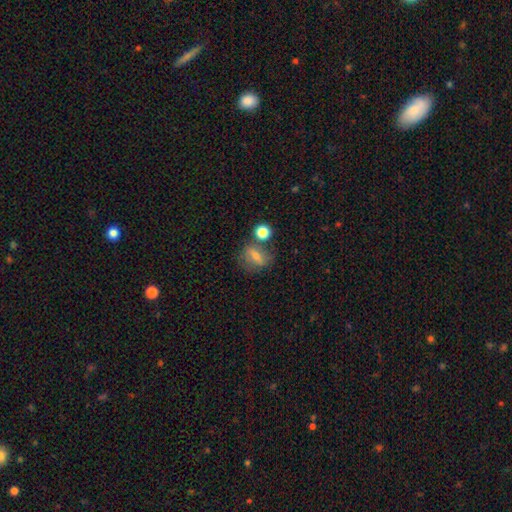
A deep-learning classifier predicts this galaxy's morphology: A smooth galaxy with no disk features (59%) that is in between round and cigar-shaped (52%). Merging: none (56%).